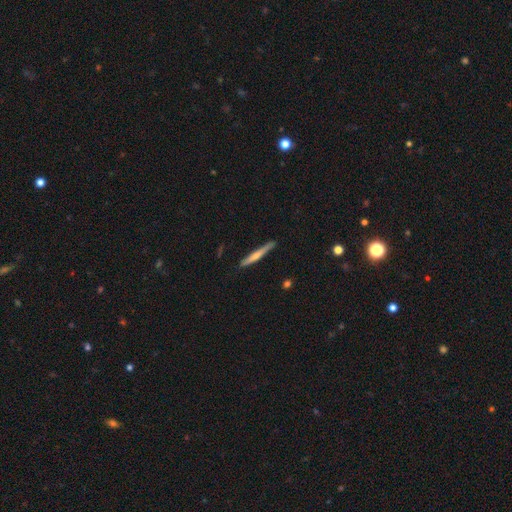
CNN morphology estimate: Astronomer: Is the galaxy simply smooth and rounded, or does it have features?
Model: smooth — 48% (runner-up: featured or disk, 47%).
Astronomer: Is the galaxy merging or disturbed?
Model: none — 85%.